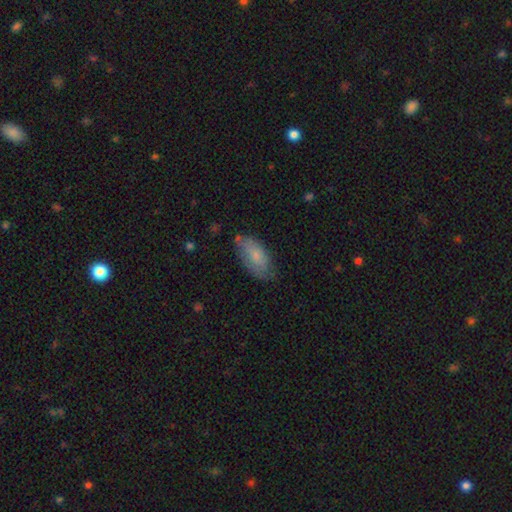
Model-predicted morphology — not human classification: smooth 75%, featured or disk 19%, star or artifact 6%. Down the decision tree: how rounded — in between (92%); merging — none (64%).